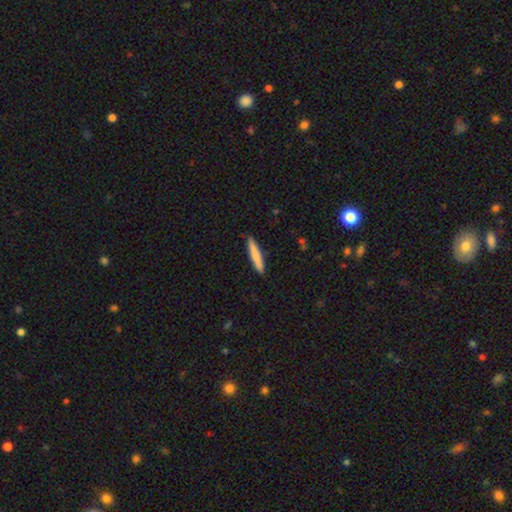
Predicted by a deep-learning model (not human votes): smooth-or-featured: smooth: 77% | featured or disk: 18% | star or artifact: 5%
  how-rounded: cigar-shaped: 94% | in between: 5% | round: 1%
  merging: none: 88% | minor disturbance: 9% | major disturbance: 2% | merger: 1%